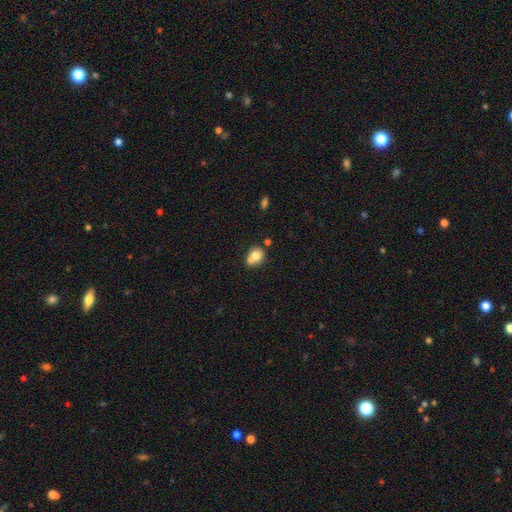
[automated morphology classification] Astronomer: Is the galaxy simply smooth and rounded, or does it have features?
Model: smooth — 74%.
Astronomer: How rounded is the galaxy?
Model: round — 62%.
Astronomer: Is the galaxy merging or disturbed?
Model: none — 40% (runner-up: merger, 39%).